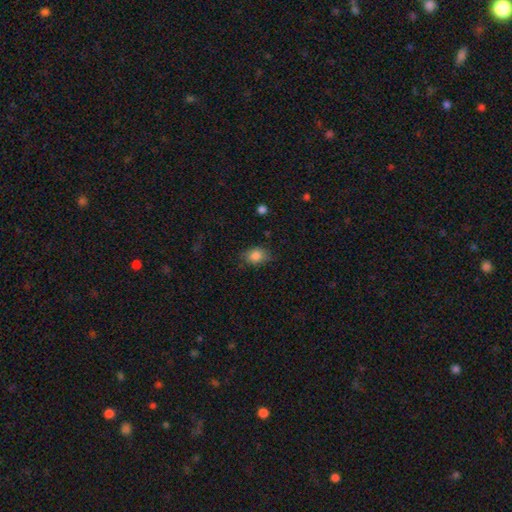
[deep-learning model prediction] A smooth galaxy with no disk features (83%) that is in between round and cigar-shaped (65%). Merging: none (69%).